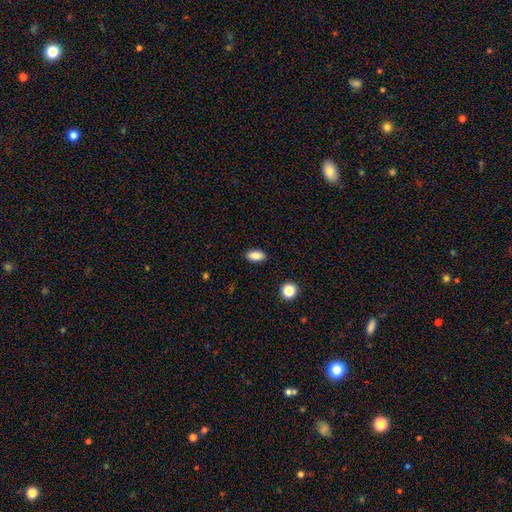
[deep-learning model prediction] smooth_or_featured: smooth (p=0.86) [alt: star or artifact p=0.09]
how_rounded: in between (p=0.90) [alt: round p=0.05]
merging: none (p=0.89) [alt: minor disturbance p=0.08]